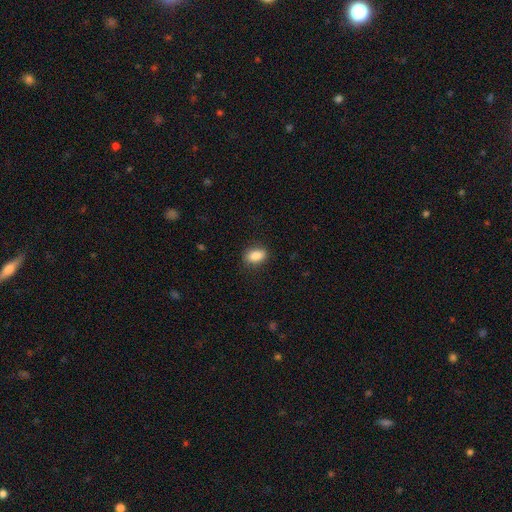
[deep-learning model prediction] The model was most divided on "how rounded": in between: 84%, round: 14%, cigar-shaped: 3%. More confident: smooth or featured — smooth (86%); merging — none (84%).